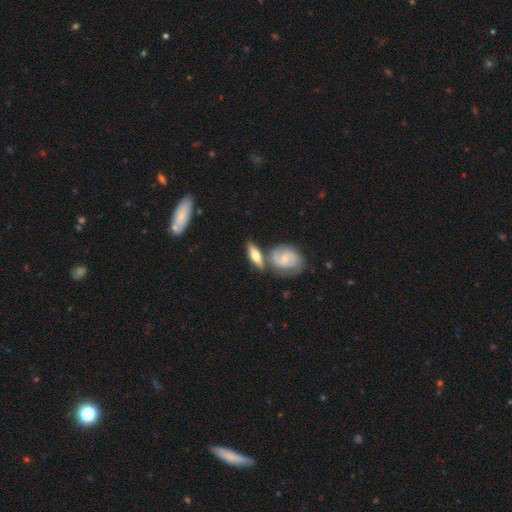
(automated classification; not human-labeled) smooth-or-featured: featured or disk: 52% | smooth: 43% | star or artifact: 6%
  disk-edge-on: yes: 53% | no: 47%
  merging: none: 58% | merger: 25% | minor disturbance: 14% | major disturbance: 4%